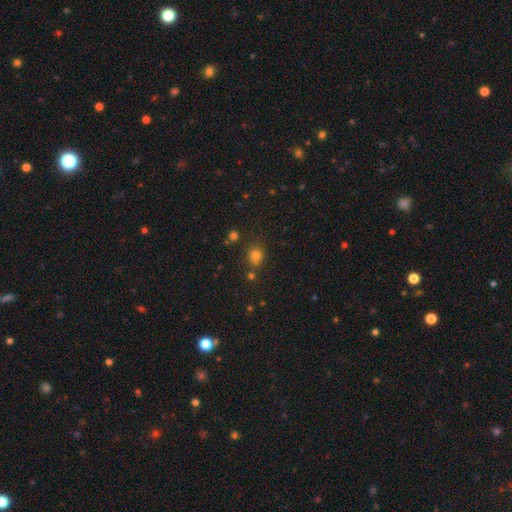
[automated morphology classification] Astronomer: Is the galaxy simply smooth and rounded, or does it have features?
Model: smooth — 73%.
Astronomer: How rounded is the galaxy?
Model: round — 73%.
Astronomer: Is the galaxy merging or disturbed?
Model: none — 64%.